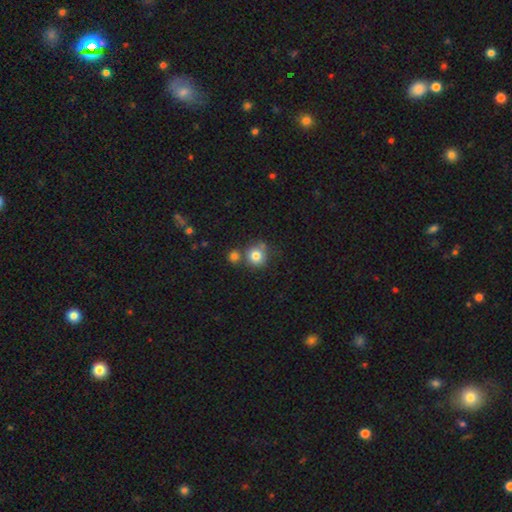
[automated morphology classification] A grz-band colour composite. It shows a smooth galaxy with no disk features (80%) that is round (88%). Merging: none (61%).